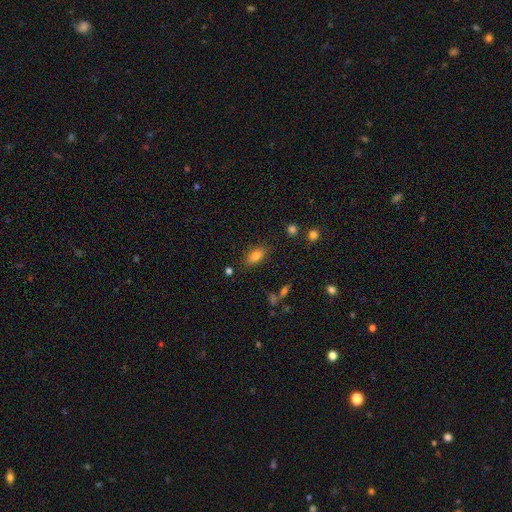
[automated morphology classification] Q: Smooth or featured?
A: smooth (80%); runner-up: featured or disk (10%)
Q: How rounded?
A: in between (86%); runner-up: cigar-shaped (8%)
Q: Merging?
A: none (83%); runner-up: minor disturbance (12%)